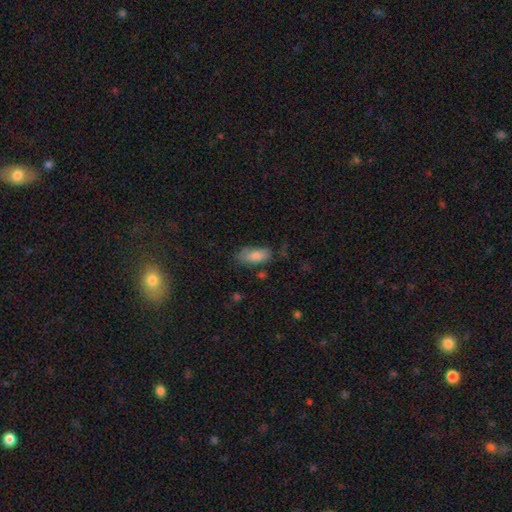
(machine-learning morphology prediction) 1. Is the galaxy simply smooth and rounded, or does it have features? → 82% smooth, 10% featured or disk, 7% star or artifact.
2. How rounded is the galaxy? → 85% in between, 13% cigar-shaped, 2% round.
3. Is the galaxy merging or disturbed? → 60% none, 27% minor disturbance, 9% major disturbance, 4% merger.